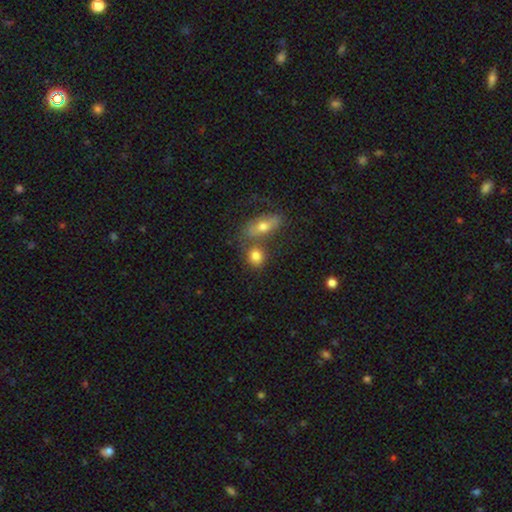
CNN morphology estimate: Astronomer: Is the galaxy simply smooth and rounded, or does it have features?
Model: smooth — 79%.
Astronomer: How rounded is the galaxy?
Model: round — 52% (runner-up: in between, 45%).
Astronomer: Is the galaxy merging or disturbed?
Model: none — 56%.